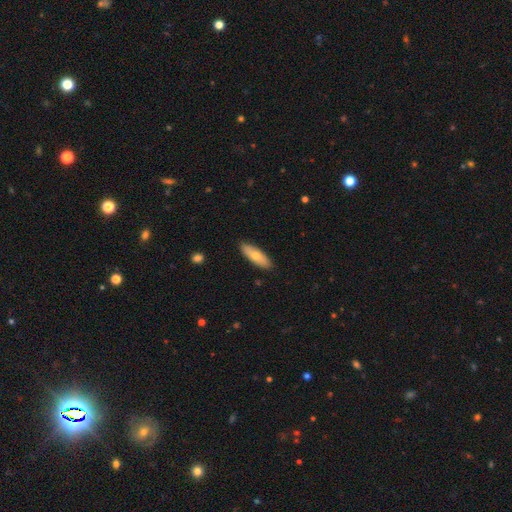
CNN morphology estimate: smooth-or-featured: smooth: 70% | featured or disk: 24% | star or artifact: 5%
  how-rounded: in between: 53% | cigar-shaped: 44% | round: 2%
  merging: none: 88% | minor disturbance: 9% | major disturbance: 2% | merger: 1%